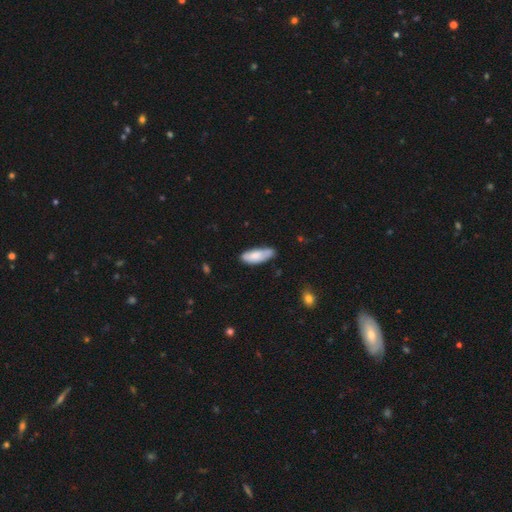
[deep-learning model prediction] Morphology: type=smooth (74%); roundness=in between (72%); merging=none (60%).